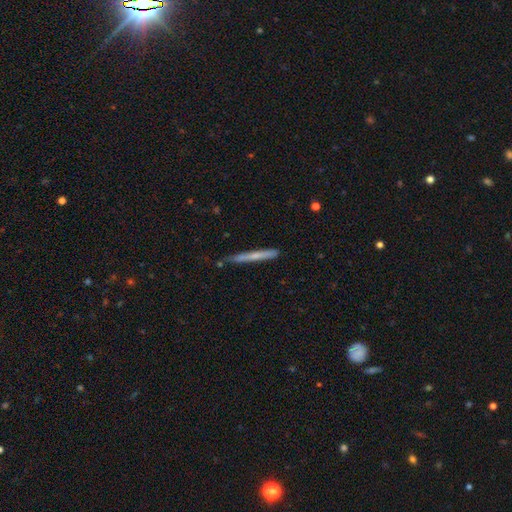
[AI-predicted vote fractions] A smooth galaxy with no disk features (55%) that is cigar-shaped (97%). Merging: none (79%).